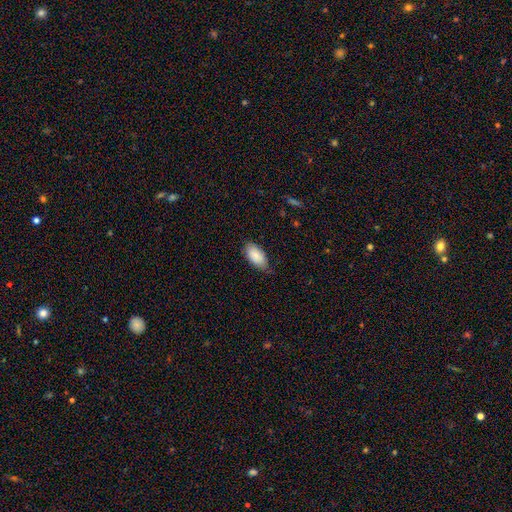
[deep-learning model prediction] A smooth galaxy with no disk features (86%) that is in between round and cigar-shaped (95%). Merging: none (65%).